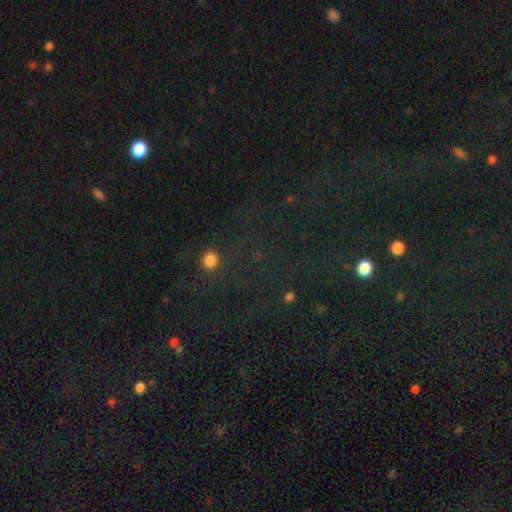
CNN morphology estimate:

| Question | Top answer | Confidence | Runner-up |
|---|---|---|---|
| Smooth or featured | star or artifact | 69% | smooth (21%) |